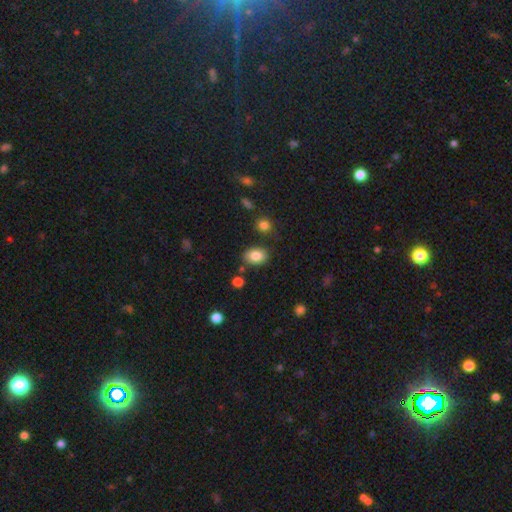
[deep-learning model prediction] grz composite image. It shows a smooth galaxy with no disk features (84%) that is in between round and cigar-shaped (77%). Merging: none (80%).